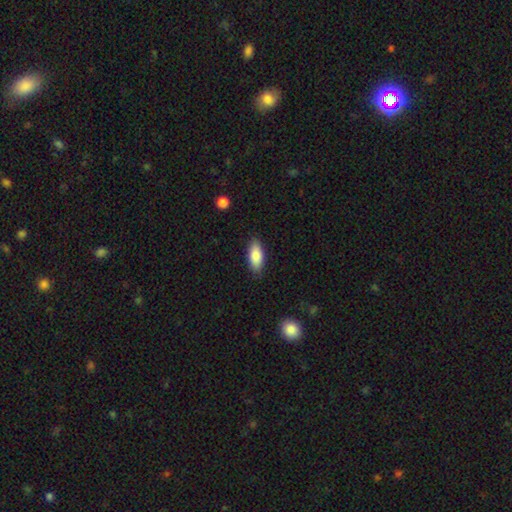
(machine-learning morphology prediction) smooth_or_featured: smooth (p=0.85) [alt: featured or disk p=0.09]
how_rounded: in between (p=0.84) [alt: cigar-shaped p=0.13]
merging: none (p=0.86) [alt: minor disturbance p=0.11]